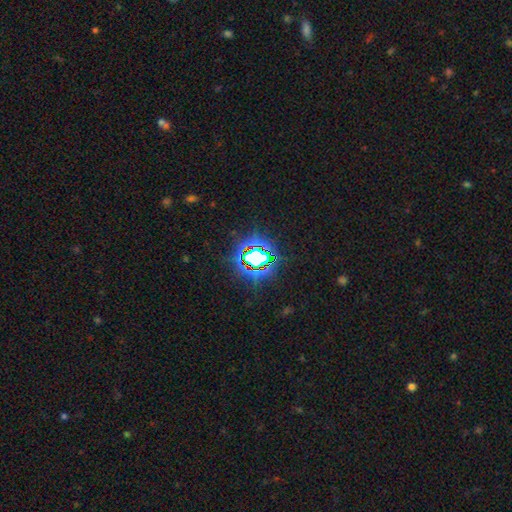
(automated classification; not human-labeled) smooth_or_featured: star or artifact (p=0.80) [alt: smooth p=0.11]